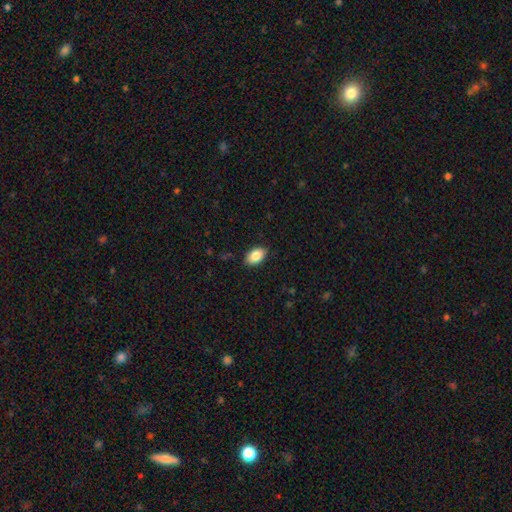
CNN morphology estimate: smooth-or-featured: smooth: 85% | star or artifact: 7% | featured or disk: 7%
  how-rounded: in between: 90% | round: 8% | cigar-shaped: 1%
  merging: none: 86% | minor disturbance: 10% | major disturbance: 2% | merger: 1%